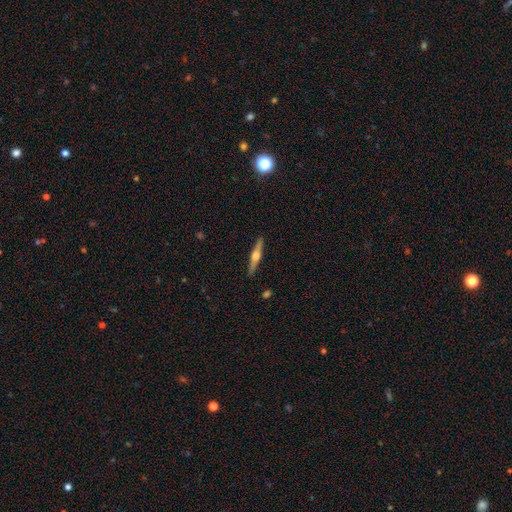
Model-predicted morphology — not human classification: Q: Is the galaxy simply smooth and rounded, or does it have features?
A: featured or disk — 70%.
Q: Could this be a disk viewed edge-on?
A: yes — 98%.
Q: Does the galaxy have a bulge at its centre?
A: rounded — 90%.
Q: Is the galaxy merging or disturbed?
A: none — 90%.